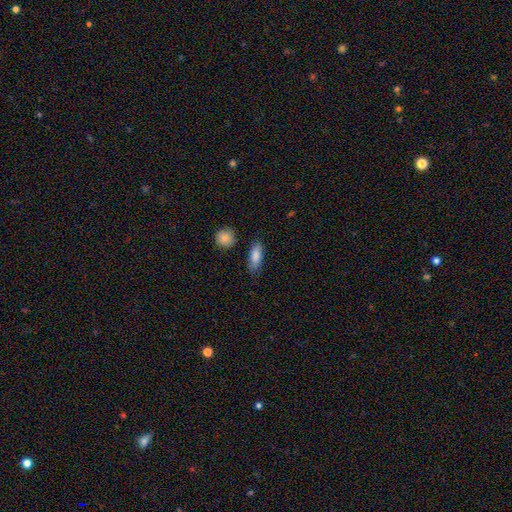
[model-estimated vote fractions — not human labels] Smooth or featured? Predicted: smooth (p=0.85). How rounded? Predicted: in between (p=0.72). Merging? Predicted: none (p=0.79).